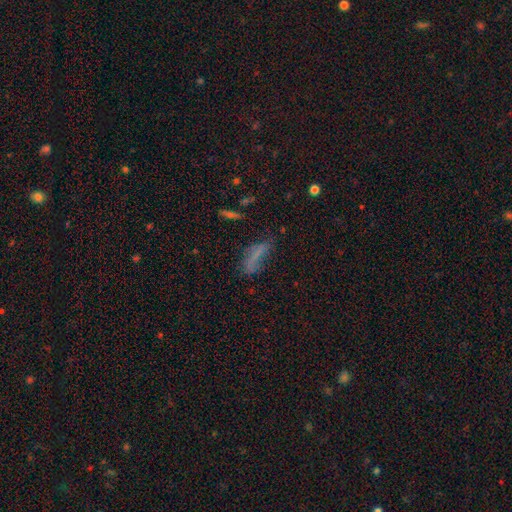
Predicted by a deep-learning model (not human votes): A smooth galaxy with no disk features (61%) that is in between round and cigar-shaped (49%).

Vote fractions:
- Smooth or featured? smooth: 61% / featured or disk: 23% / star or artifact: 16%
- How rounded? in between: 49% / cigar-shaped: 47% / round: 4%
- Merging? none: 47% / minor disturbance: 27% / major disturbance: 20% / merger: 5%